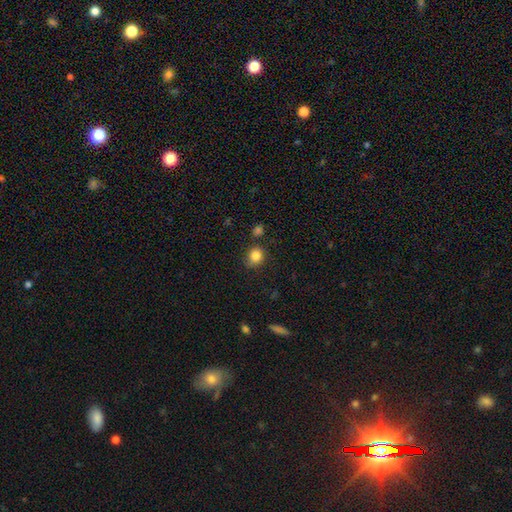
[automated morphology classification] type=smooth (84%); roundness=round (75%); merging=none (72%).